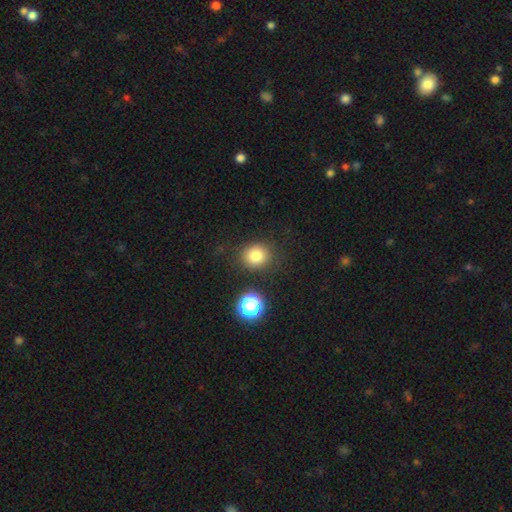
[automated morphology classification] smooth 81%, star or artifact 13%, featured or disk 6%. Down the decision tree: how rounded — round (78%); merging — none (83%).